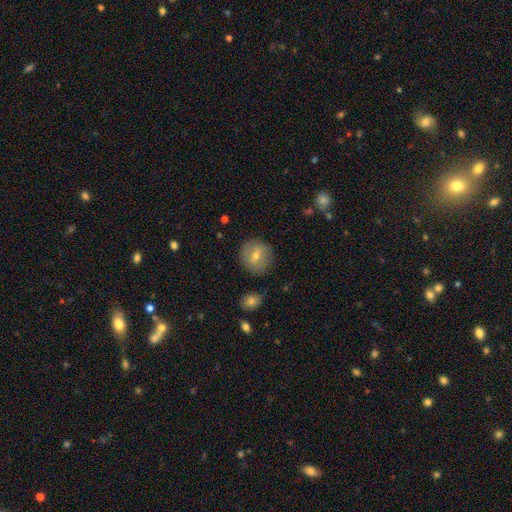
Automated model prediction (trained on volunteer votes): A smooth galaxy with no disk features (58%) that is round (88%).

Vote fractions:
- Smooth or featured? smooth: 58% / featured or disk: 31% / star or artifact: 11%
- How rounded? round: 88% / in between: 11% / cigar-shaped: 1%
- Merging? none: 85% / minor disturbance: 10% / major disturbance: 3% / merger: 2%